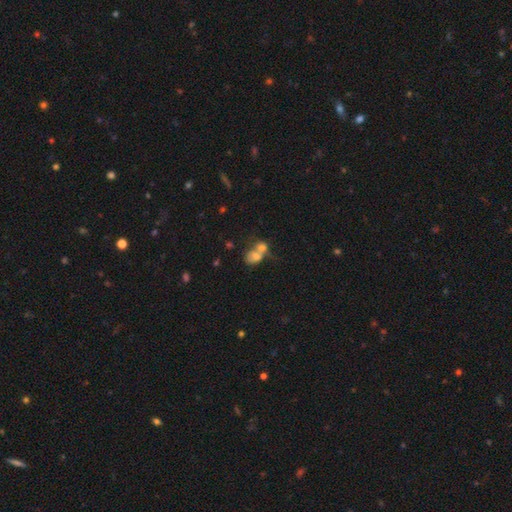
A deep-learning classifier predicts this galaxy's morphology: Smooth or featured? Predicted: smooth (p=0.63). How rounded? Predicted: in between (p=0.67). Merging? Predicted: merger (p=0.67).